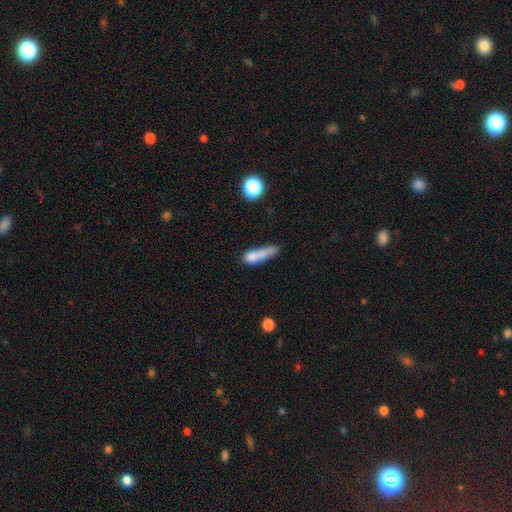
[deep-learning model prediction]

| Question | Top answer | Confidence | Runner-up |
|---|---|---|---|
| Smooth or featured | smooth | 73% | featured or disk (16%) |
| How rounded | cigar-shaped | 64% | in between (30%) |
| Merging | none | 34% | minor disturbance (29%) |